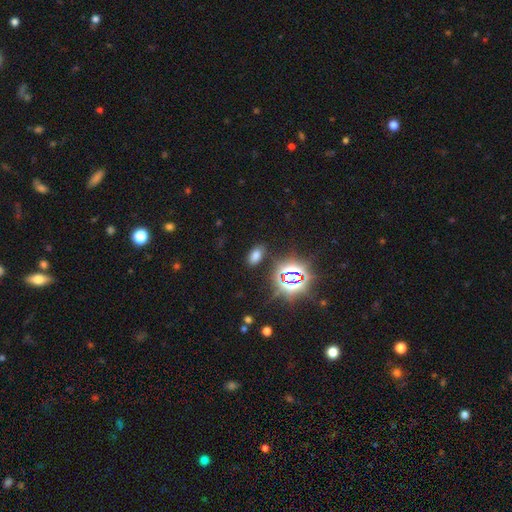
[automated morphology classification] Smooth or featured? smooth (60%)
How rounded? in between (91%)
Merging? none (85%)